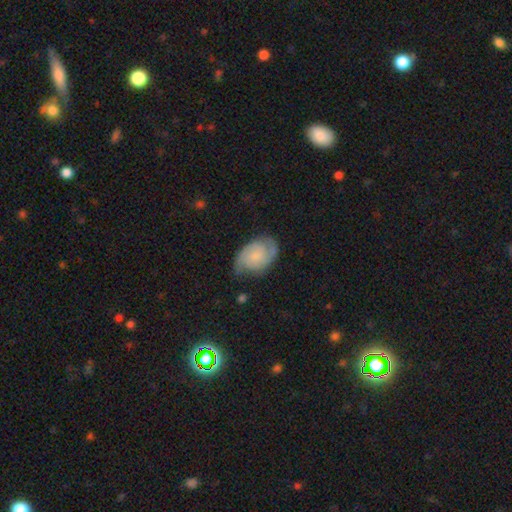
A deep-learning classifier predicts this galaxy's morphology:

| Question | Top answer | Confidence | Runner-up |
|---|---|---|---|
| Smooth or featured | featured or disk | 72% | smooth (21%) |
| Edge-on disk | no | 97% | yes (3%) |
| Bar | no | 70% | weak (26%) |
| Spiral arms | yes | 95% | no (5%) |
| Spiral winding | tight | 45% | medium (42%) |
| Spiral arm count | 2 | 79% | can't tell (10%) |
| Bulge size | small | 55% | moderate (22%) |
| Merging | none | 69% | minor disturbance (22%) |